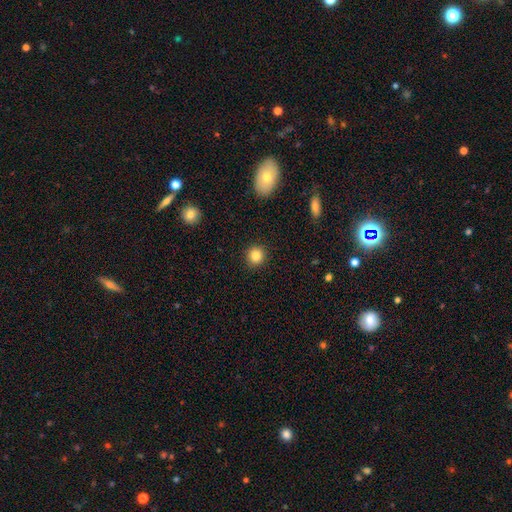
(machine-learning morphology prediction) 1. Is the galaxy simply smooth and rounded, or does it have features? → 85% smooth, 10% star or artifact, 5% featured or disk.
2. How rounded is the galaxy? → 92% round, 7% in between, 1% cigar-shaped.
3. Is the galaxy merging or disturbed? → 92% none, 5% minor disturbance, 2% major disturbance, 1% merger.